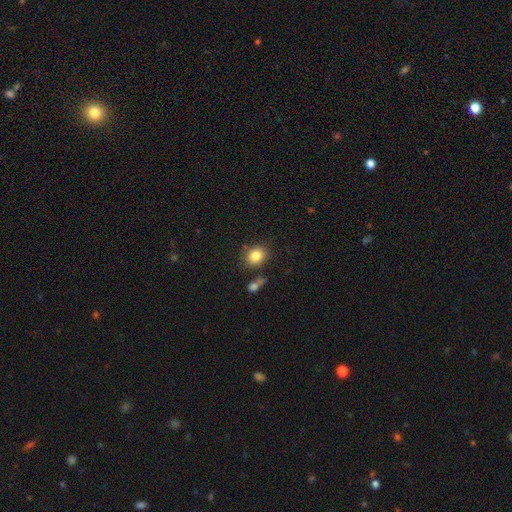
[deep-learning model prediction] smooth-or-featured: smooth: 83% | star or artifact: 10% | featured or disk: 7%
  how-rounded: round: 63% | in between: 36% | cigar-shaped: 1%
  merging: none: 75% | minor disturbance: 13% | merger: 9% | major disturbance: 4%